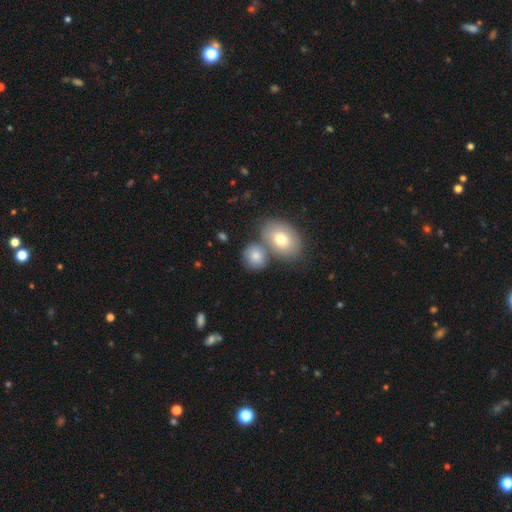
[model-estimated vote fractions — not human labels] A smooth galaxy with no disk features (77%) that is round (62%). Merging: none (50%).